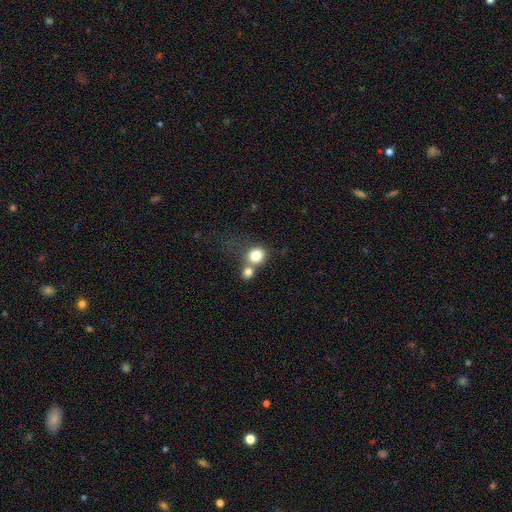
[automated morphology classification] smooth 80%, star or artifact 11%, featured or disk 9%. Down the decision tree: how rounded — round (83%); merging — none (44%).